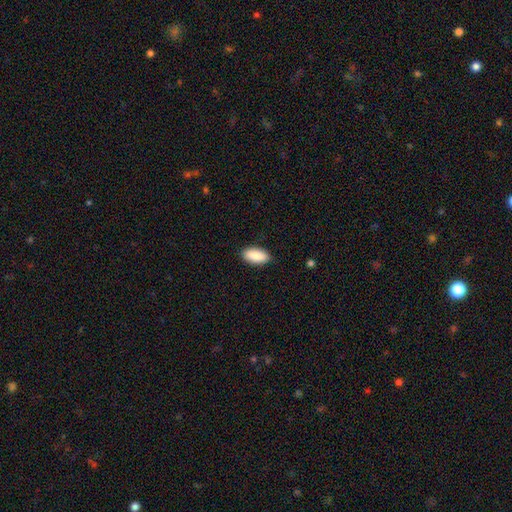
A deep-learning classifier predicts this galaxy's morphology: type=smooth (89%); roundness=in between (92%); merging=none (88%).